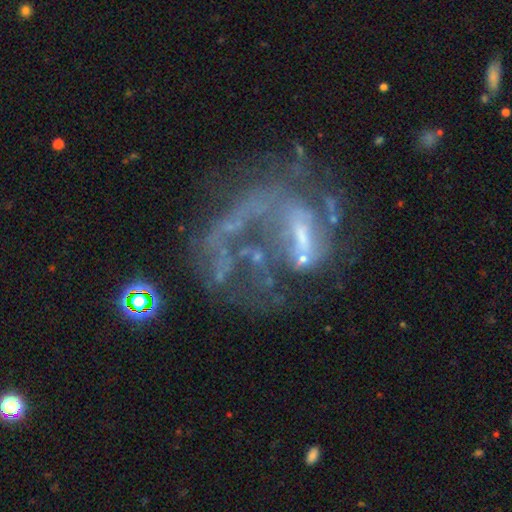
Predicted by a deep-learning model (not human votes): The model was most divided on "spiral arms": yes: 55%, no: 45%. Remaining: edge-on disk — no (97%); smooth or featured — featured or disk (75%); bar — no (47%); bulge size — none (46%); merging — major disturbance (46%).